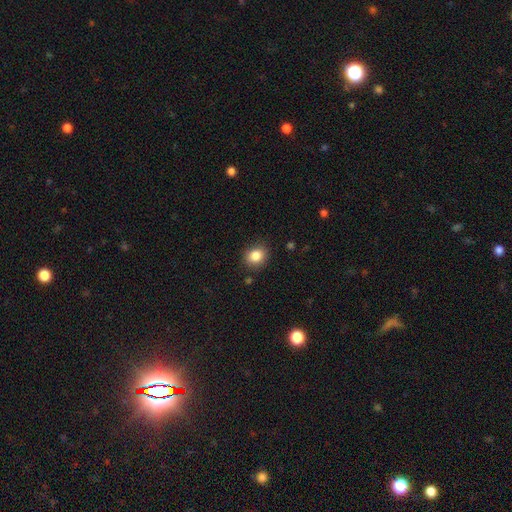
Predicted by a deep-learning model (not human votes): Smooth or featured: smooth — 85% (star or artifact — 10%)
How rounded: round — 62% (in between — 37%)
Merging: none — 85% (minor disturbance — 11%)